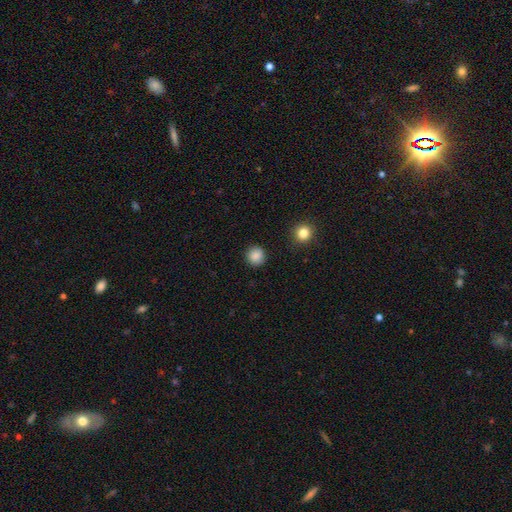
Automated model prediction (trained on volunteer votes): This is clearly a smooth galaxy (88%). How rounded: clearly round (92%). Merging: clearly none (90%).